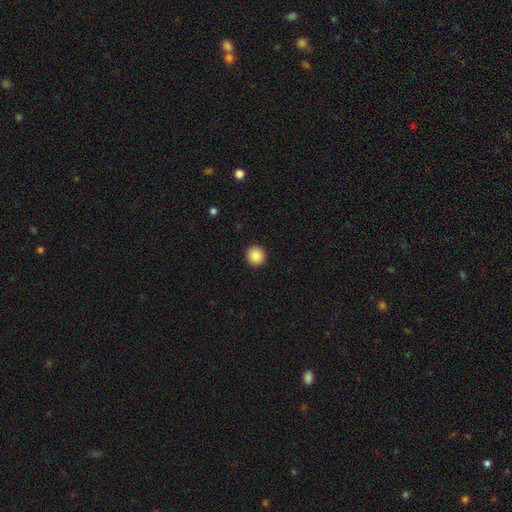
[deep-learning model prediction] This is clearly a smooth galaxy (88%). How rounded: clearly round (95%). Merging: clearly none (93%).